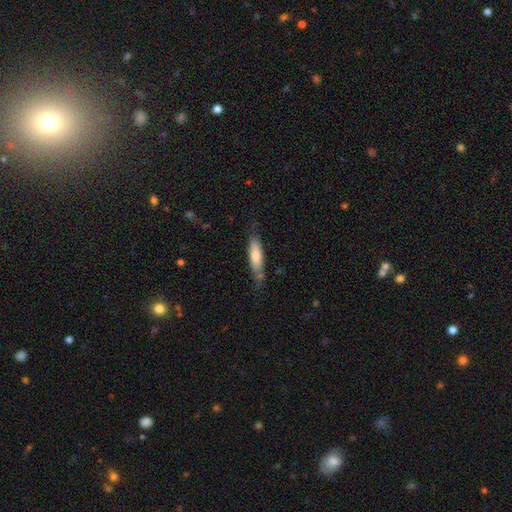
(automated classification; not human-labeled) Overall: smooth (72%). How rounded: cigar-shaped (63%; in between 36%). Merging: none (67%).